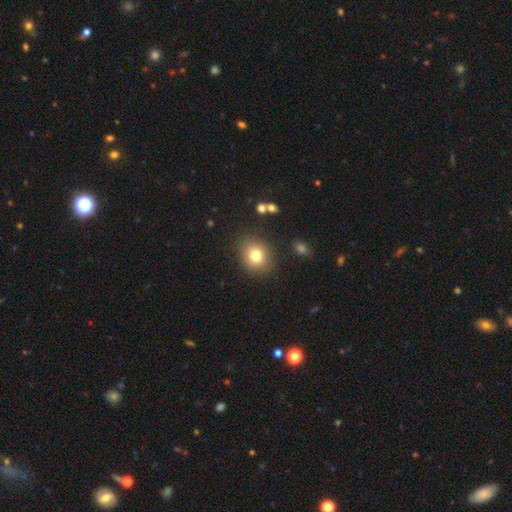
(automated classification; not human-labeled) Smooth or featured?
  - smooth: 78% *
  - star or artifact: 12%
  - featured or disk: 10%
How rounded?
  - round: 74% *
  - in between: 25%
  - cigar-shaped: 1%
Merging?
  - none: 85% *
  - minor disturbance: 9%
  - major disturbance: 3%
  - merger: 2%